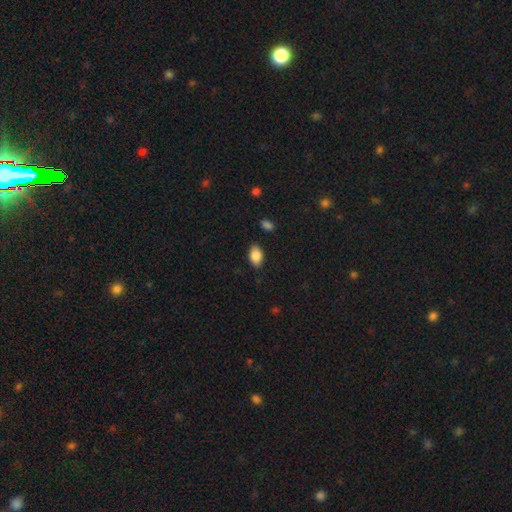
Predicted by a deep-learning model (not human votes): A smooth galaxy with no disk features (86%) that is in between round and cigar-shaped (91%).

Vote fractions:
- Smooth or featured? smooth: 86% / star or artifact: 8% / featured or disk: 6%
- How rounded? in between: 91% / round: 7% / cigar-shaped: 2%
- Merging? none: 86% / minor disturbance: 10% / major disturbance: 2% / merger: 2%